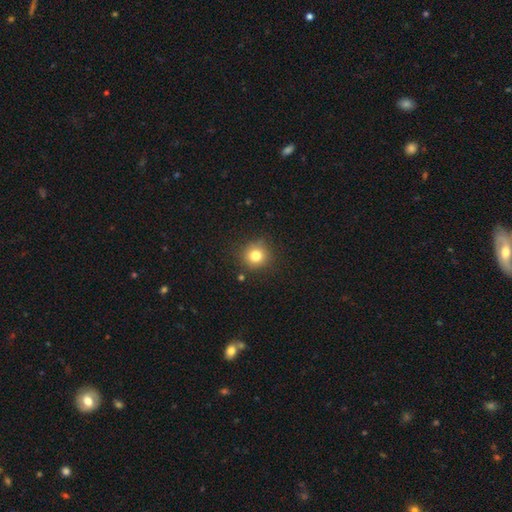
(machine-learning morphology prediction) Smooth or featured? smooth (80%)
How rounded? round (92%)
Merging? none (86%)